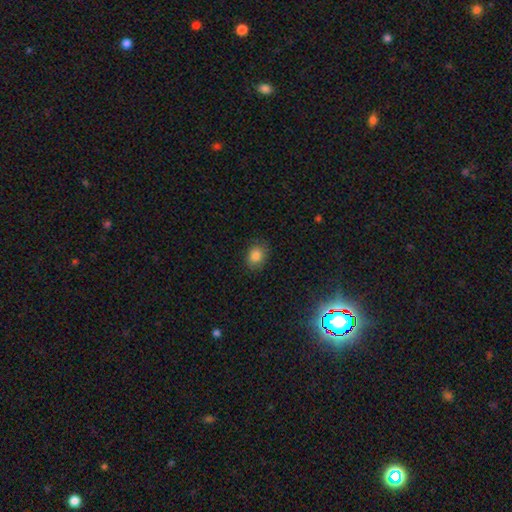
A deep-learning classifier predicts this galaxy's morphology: Q: Smooth or featured?
A: smooth (84%); runner-up: star or artifact (10%)
Q: How rounded?
A: in between (56%); runner-up: round (43%)
Q: Merging?
A: none (80%); runner-up: minor disturbance (15%)